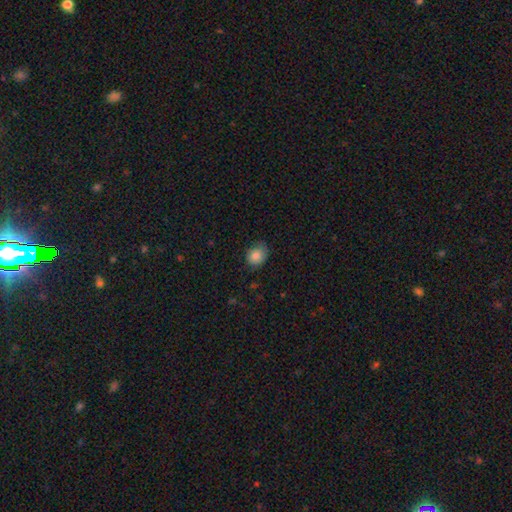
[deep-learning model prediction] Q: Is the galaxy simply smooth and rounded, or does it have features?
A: smooth — 85%.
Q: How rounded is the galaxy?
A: round — 57%.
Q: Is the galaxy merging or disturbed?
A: none — 67%.